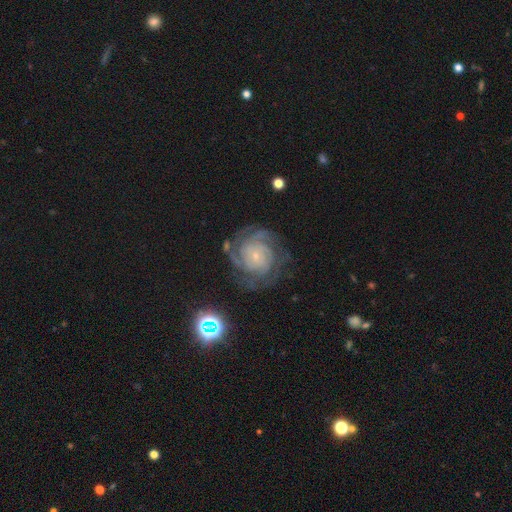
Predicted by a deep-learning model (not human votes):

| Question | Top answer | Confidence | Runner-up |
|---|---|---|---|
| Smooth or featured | featured or disk | 86% | star or artifact (7%) |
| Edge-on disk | no | 98% | yes (2%) |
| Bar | no | 76% | weak (20%) |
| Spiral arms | yes | 97% | no (3%) |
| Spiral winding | tight | 71% | medium (25%) |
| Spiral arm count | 4 | 25% | tied: can't tell (25%) |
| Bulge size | small | 85% | moderate (9%) |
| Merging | none | 73% | minor disturbance (16%) |